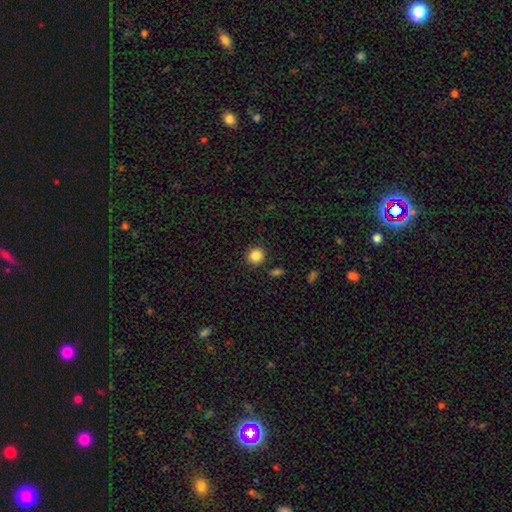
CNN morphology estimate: Smooth or featured? smooth (86%)
How rounded? round (90%)
Merging? none (88%)